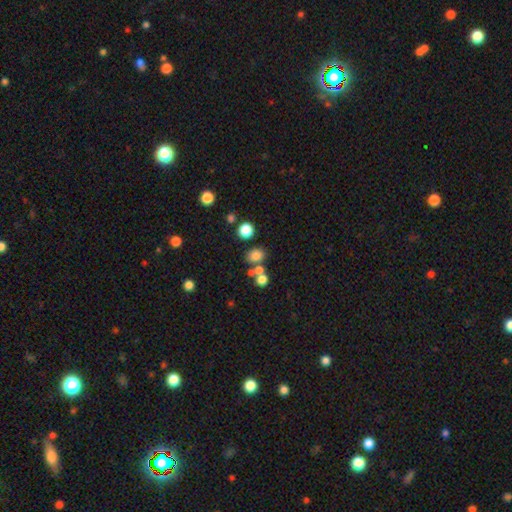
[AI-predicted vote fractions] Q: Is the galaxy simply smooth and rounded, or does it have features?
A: smooth — 76%.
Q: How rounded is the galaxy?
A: round — 59%.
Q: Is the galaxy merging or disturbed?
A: none — 63%.